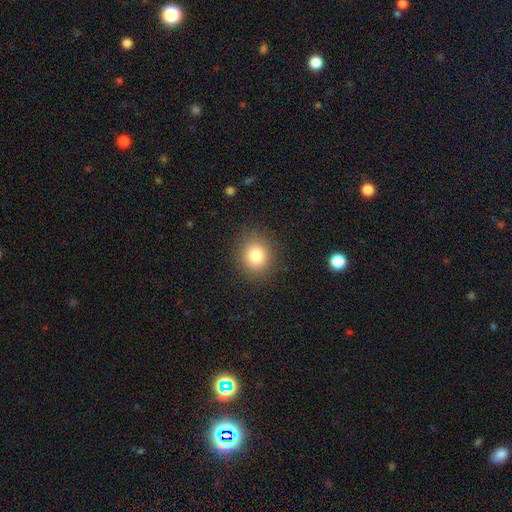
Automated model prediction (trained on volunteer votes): Smooth or featured? smooth (82%)
How rounded? round (76%)
Merging? none (88%)